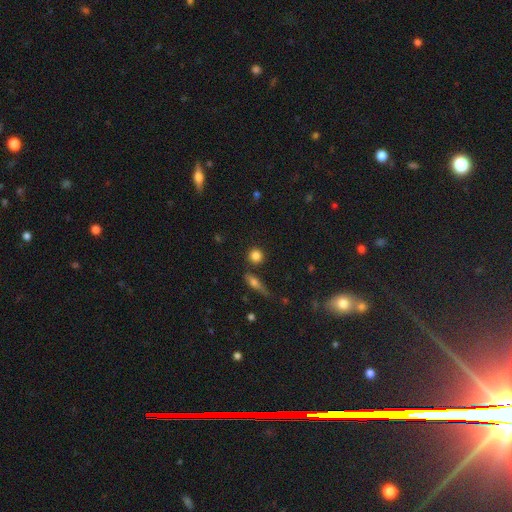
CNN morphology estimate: smooth_or_featured: smooth (p=0.82) [alt: star or artifact p=0.10]
how_rounded: round (p=0.87) [alt: in between p=0.09]
merging: none (p=0.81) [alt: minor disturbance p=0.09]